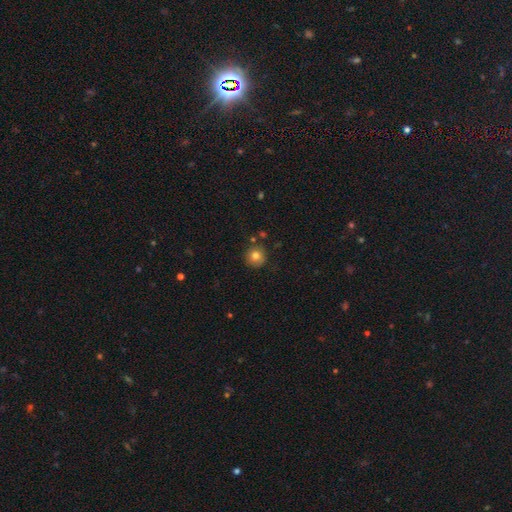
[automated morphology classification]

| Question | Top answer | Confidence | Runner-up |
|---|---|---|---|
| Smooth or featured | smooth | 79% | star or artifact (12%) |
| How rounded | round | 94% | in between (6%) |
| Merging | none | 84% | minor disturbance (9%) |